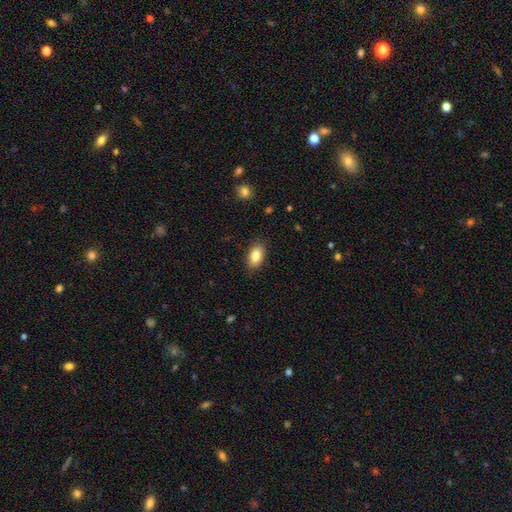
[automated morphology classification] Smooth or featured: smooth — 85% (star or artifact — 8%)
How rounded: in between — 91% (round — 6%)
Merging: none — 87% (minor disturbance — 10%)